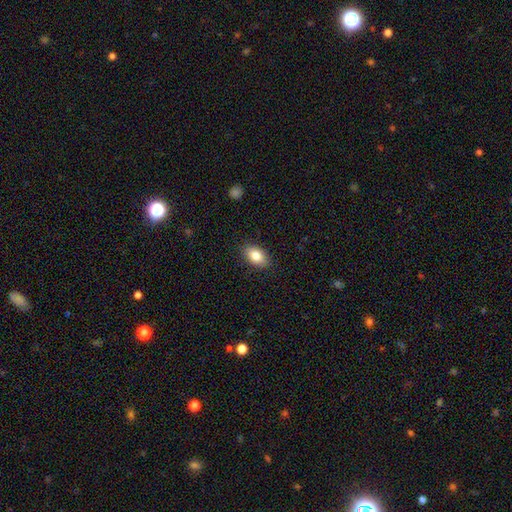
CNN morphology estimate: smooth-or-featured: smooth: 83% | featured or disk: 9% | star or artifact: 7%
  how-rounded: in between: 91% | round: 7% | cigar-shaped: 2%
  merging: none: 87% | minor disturbance: 10% | major disturbance: 2% | merger: 1%